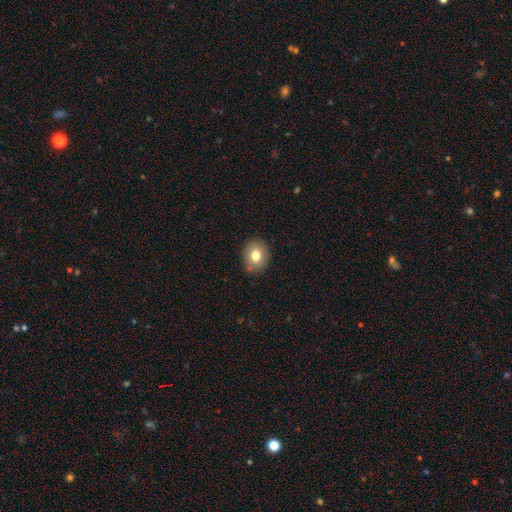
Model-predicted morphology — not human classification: Smooth or featured? smooth (78%)
How rounded? round (53%)
Merging? none (86%)